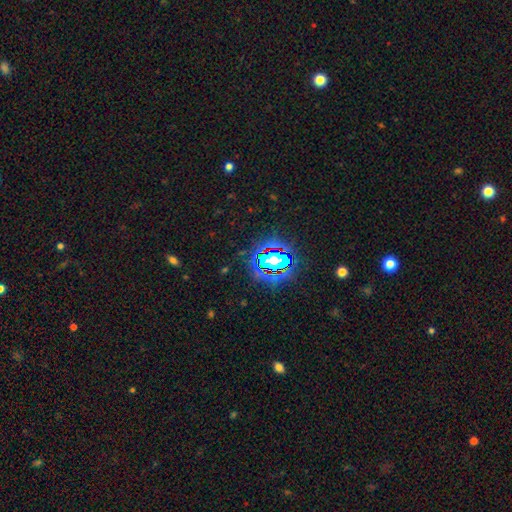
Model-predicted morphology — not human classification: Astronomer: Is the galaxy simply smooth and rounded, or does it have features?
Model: star or artifact — 81%.